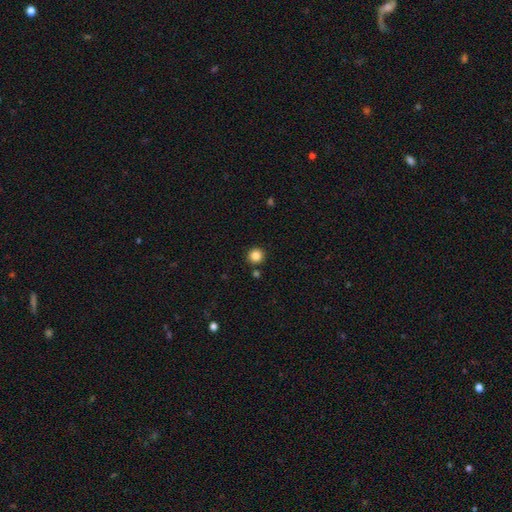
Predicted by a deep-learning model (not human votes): Smooth or featured?
  - smooth: 85% *
  - star or artifact: 11%
  - featured or disk: 5%
How rounded?
  - round: 95% *
  - in between: 4%
  - cigar-shaped: 1%
Merging?
  - none: 89% *
  - minor disturbance: 5%
  - merger: 4%
  - major disturbance: 2%